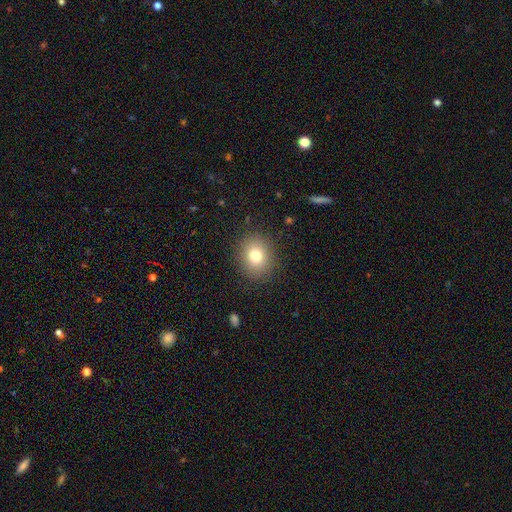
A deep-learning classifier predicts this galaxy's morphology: Q: Smooth or featured?
A: smooth (77%); runner-up: star or artifact (12%)
Q: How rounded?
A: round (68%); runner-up: in between (31%)
Q: Merging?
A: none (88%); runner-up: minor disturbance (8%)